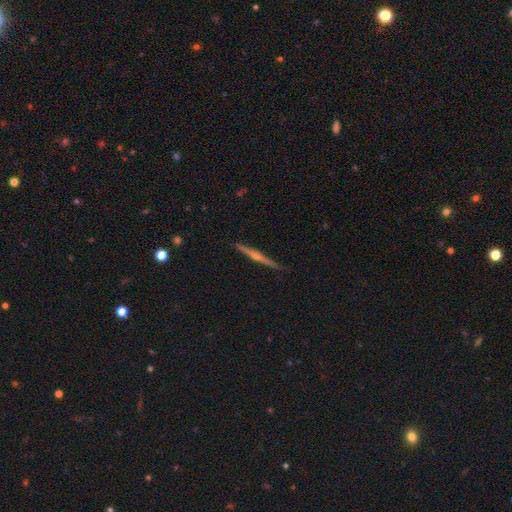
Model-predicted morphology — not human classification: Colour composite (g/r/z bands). It shows a featured or disk galaxy (81%) viewed edge-on (98%) with a rounded central bulge (86%). Merging: none (91%).